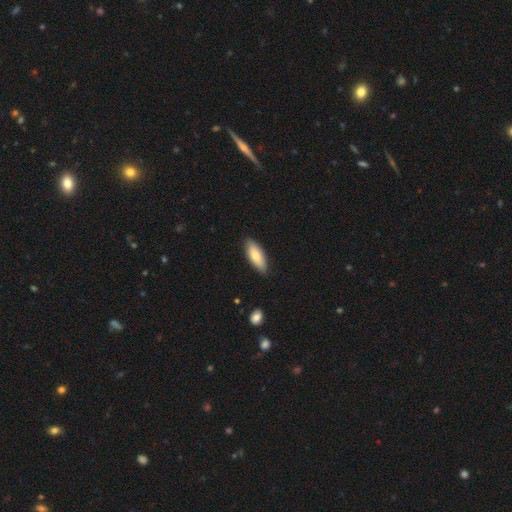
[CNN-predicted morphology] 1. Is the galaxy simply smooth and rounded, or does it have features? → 77% smooth, 18% featured or disk, 6% star or artifact.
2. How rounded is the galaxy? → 68% in between, 30% cigar-shaped, 2% round.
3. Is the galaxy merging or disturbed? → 85% none, 11% minor disturbance, 2% major disturbance, 1% merger.